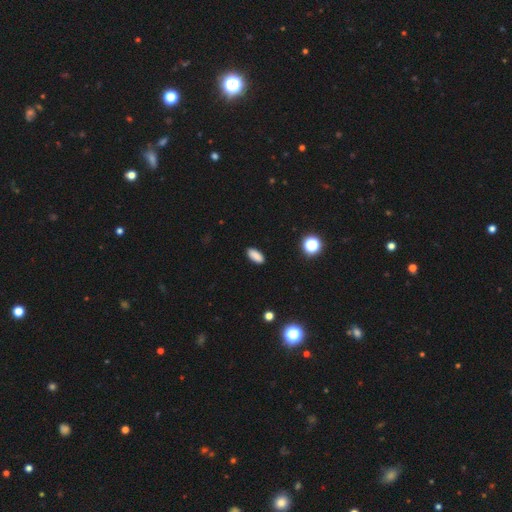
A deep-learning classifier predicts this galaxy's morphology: This is clearly a smooth galaxy (86%). How rounded: clearly in between (87%). Merging: clearly none (90%).